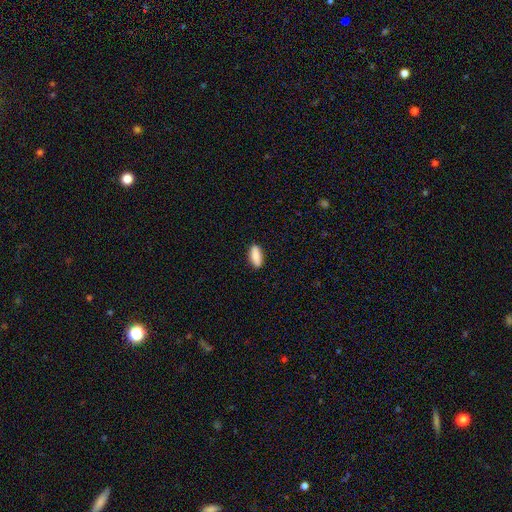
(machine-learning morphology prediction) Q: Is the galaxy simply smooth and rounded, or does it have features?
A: smooth — 88%.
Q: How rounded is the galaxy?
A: in between — 78%.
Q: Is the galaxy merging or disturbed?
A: none — 88%.